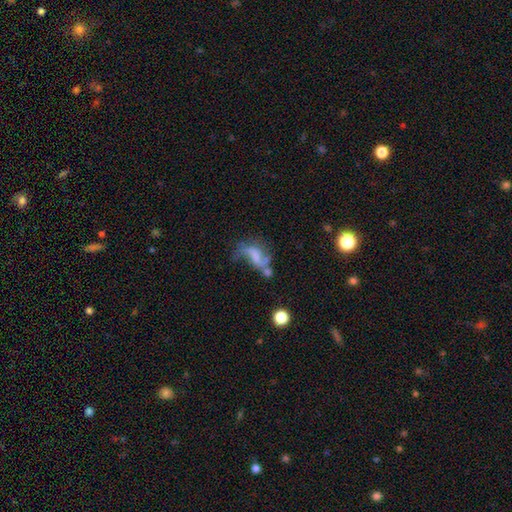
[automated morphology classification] The model was most divided on "merging": major disturbance: 32%, merger: 28%, none: 24%, minor disturbance: 16%. Remaining: smooth or featured — featured or disk (49%).